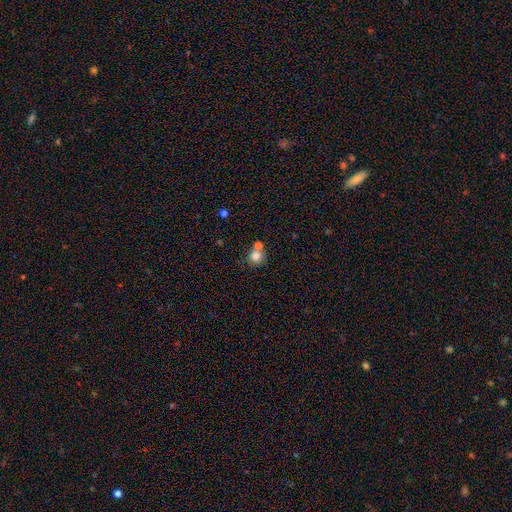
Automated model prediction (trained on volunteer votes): A smooth galaxy with no disk features (78%) that is round (89%).

Vote fractions:
- Smooth or featured? smooth: 78% / star or artifact: 11% / featured or disk: 10%
- How rounded? round: 89% / in between: 10% / cigar-shaped: 1%
- Merging? none: 55% / merger: 33% / minor disturbance: 9% / major disturbance: 3%